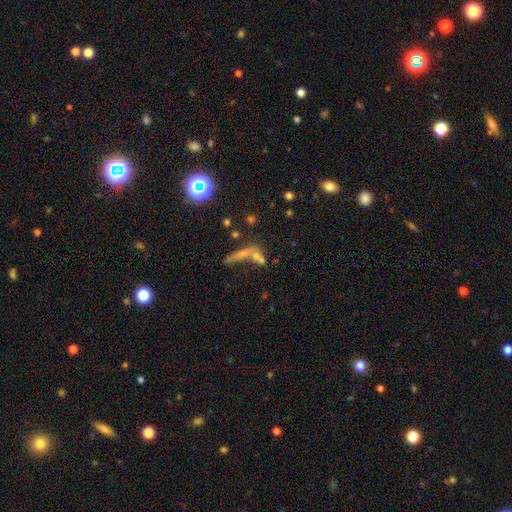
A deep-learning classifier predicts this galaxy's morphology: A smooth galaxy with no disk features (55%) that is cigar-shaped (56%).

Vote fractions:
- Smooth or featured? smooth: 55% / featured or disk: 28% / star or artifact: 17%
- How rounded? cigar-shaped: 56% / in between: 31% / round: 13%
- Merging? merger: 42% / none: 36% / minor disturbance: 11% / major disturbance: 11%